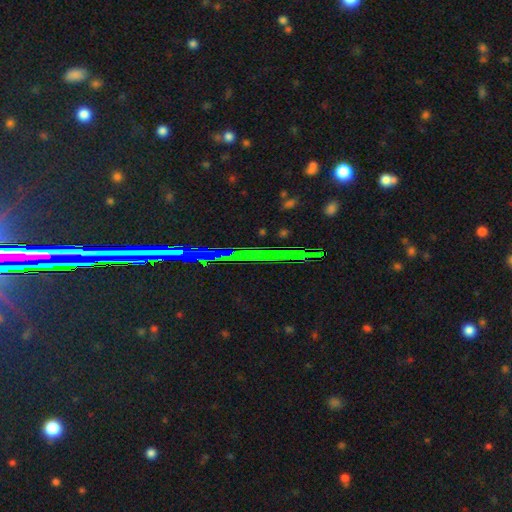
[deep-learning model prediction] smooth-or-featured: star or artifact: 77% | featured or disk: 13% | smooth: 10%